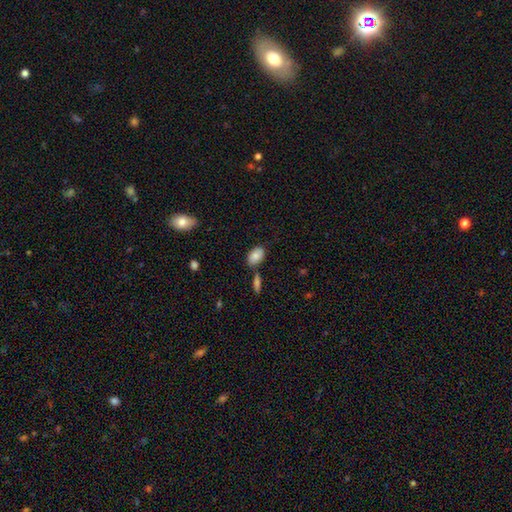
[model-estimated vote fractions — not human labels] A smooth galaxy with no disk features (84%) that is in between round and cigar-shaped (90%). Merging: none (71%).